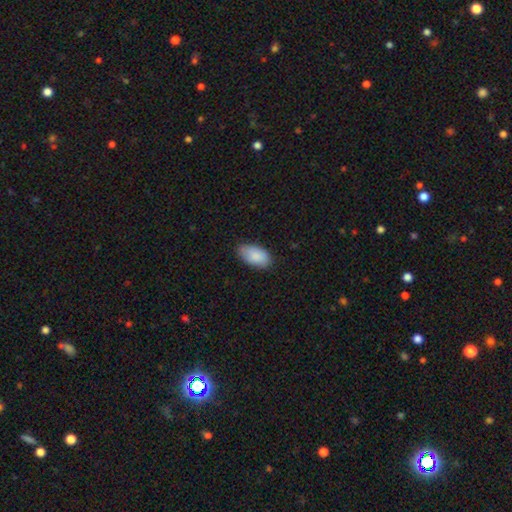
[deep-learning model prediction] A smooth galaxy with no disk features (89%) that is in between round and cigar-shaped (95%).

Vote fractions:
- Smooth or featured? smooth: 89% / star or artifact: 6% / featured or disk: 5%
- How rounded? in between: 95% / round: 3% / cigar-shaped: 2%
- Merging? none: 78% / minor disturbance: 18% / major disturbance: 3% / merger: 1%